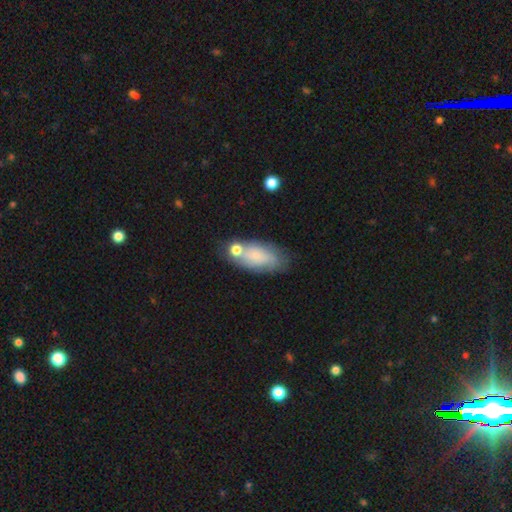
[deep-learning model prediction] A smooth galaxy with no disk features (62%) that is in between round and cigar-shaped (86%).

Vote fractions:
- Smooth or featured? smooth: 62% / featured or disk: 30% / star or artifact: 8%
- How rounded? in between: 86% / cigar-shaped: 9% / round: 5%
- Merging? none: 53% / minor disturbance: 21% / merger: 19% / major disturbance: 8%